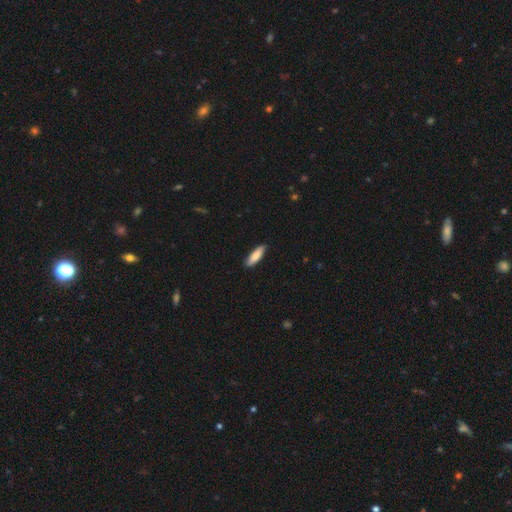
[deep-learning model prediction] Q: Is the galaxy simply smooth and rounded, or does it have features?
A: smooth — 82%.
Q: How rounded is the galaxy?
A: cigar-shaped — 55%.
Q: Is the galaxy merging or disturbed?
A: none — 88%.